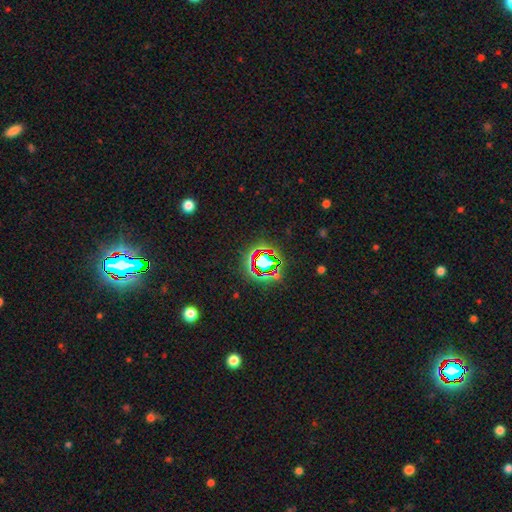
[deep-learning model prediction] smooth_or_featured: star or artifact (p=0.69) [alt: smooth p=0.19]